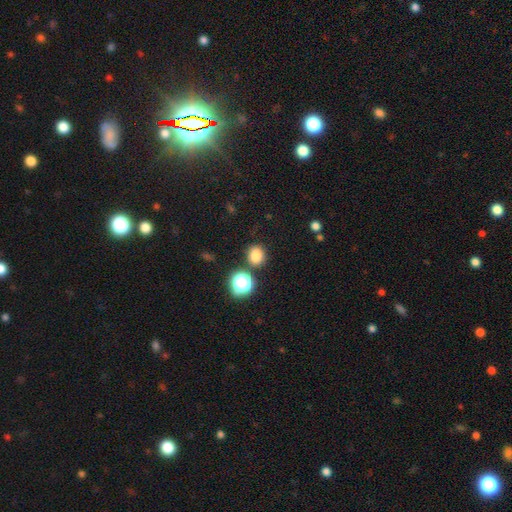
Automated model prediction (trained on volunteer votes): The model was most divided on "how rounded": round: 72%, in between: 27%, cigar-shaped: 1%. More confident: merging — none (81%); smooth or featured — smooth (80%).